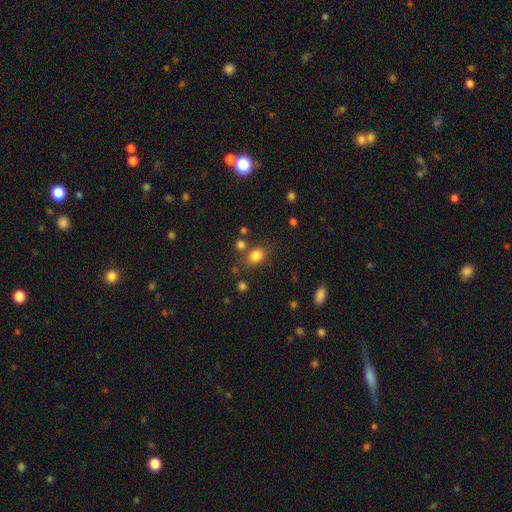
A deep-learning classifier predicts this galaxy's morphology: Smooth or featured: smooth — 81% (star or artifact — 13%)
How rounded: round — 52% (in between — 47%)
Merging: none — 72% (minor disturbance — 13%)